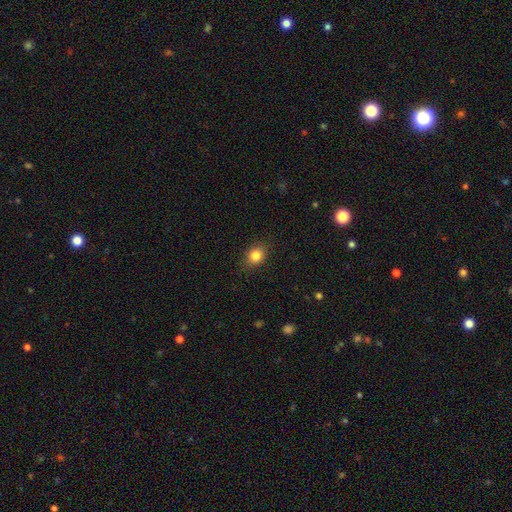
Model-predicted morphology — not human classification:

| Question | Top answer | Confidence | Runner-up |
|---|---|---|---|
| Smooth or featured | smooth | 84% | star or artifact (10%) |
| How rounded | round | 51% | in between (48%) |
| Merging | none | 86% | minor disturbance (10%) |